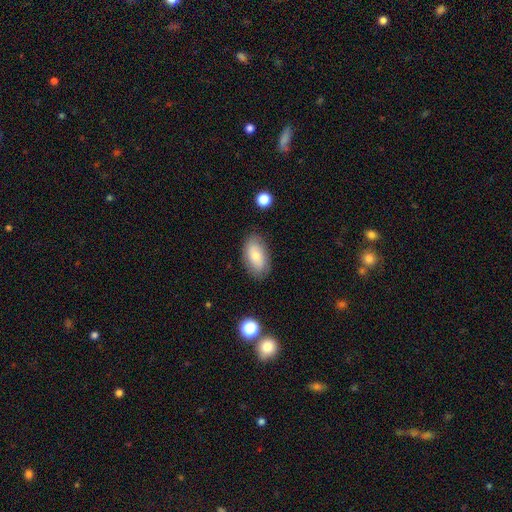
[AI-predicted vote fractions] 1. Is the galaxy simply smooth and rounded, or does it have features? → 71% smooth, 22% featured or disk, 8% star or artifact.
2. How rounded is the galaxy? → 92% in between, 5% round, 3% cigar-shaped.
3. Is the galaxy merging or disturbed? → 81% none, 14% minor disturbance, 4% major disturbance, 2% merger.